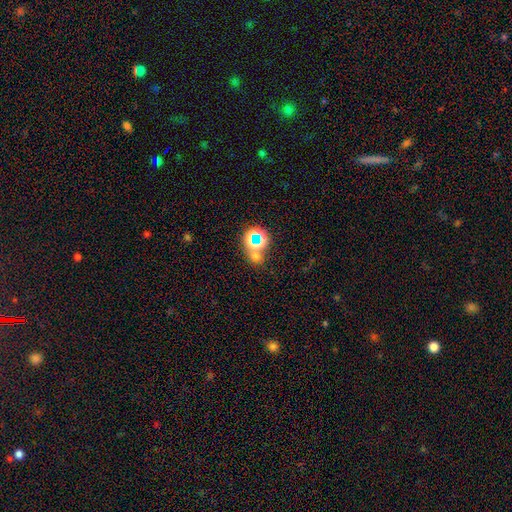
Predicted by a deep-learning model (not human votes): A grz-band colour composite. It shows a smooth galaxy with no disk features (47%). Merging: none (61%).